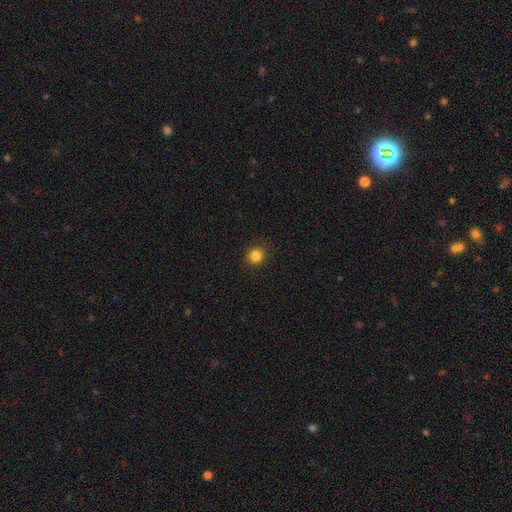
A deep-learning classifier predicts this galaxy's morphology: Q: Smooth or featured?
A: smooth (84%); runner-up: star or artifact (12%)
Q: How rounded?
A: round (89%); runner-up: in between (10%)
Q: Merging?
A: none (90%); runner-up: minor disturbance (7%)